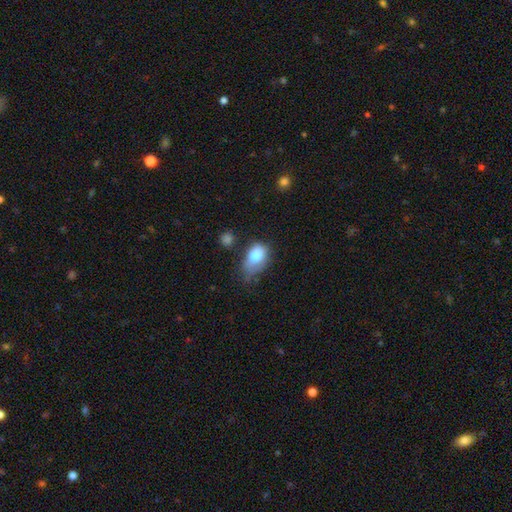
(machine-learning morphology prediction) type=smooth (76%); roundness=in between (83%); merging=minor disturbance (39%).